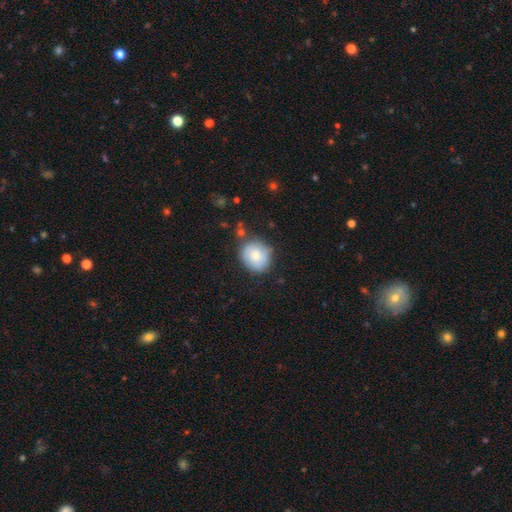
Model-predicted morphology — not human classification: Overall: smooth (76%). How rounded: round (76%). Merging: none (73%).